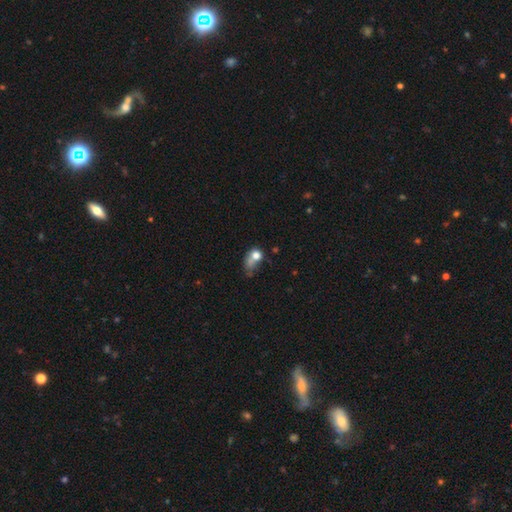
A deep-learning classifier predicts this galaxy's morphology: The model was most divided on "how rounded": in between: 54%, round: 44%, cigar-shaped: 2%. Remaining: smooth or featured — smooth (70%); merging — major disturbance (37%).